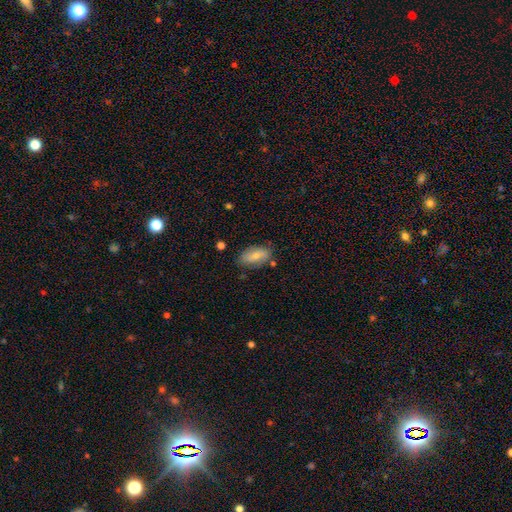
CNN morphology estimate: Smooth or featured? smooth (74%)
How rounded? in between (90%)
Merging? none (78%)